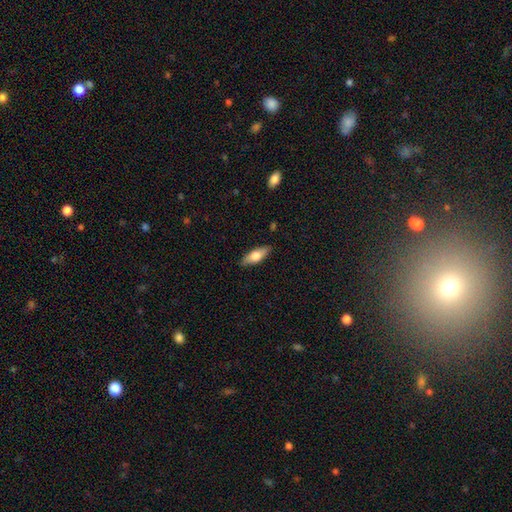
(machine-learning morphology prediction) Smooth or featured: smooth — 67% (featured or disk — 28%)
How rounded: in between — 68% (cigar-shaped — 30%)
Merging: none — 86% (minor disturbance — 10%)